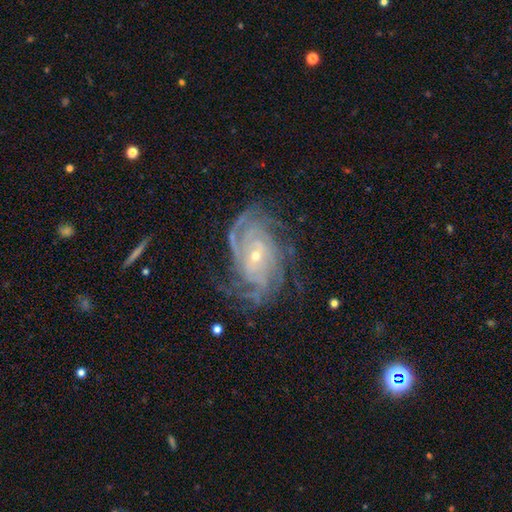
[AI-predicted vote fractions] Smooth or featured? Predicted: featured or disk (p=0.90). Edge-on disk? Predicted: no (p=0.97). Bar? Predicted: no (p=0.60). Spiral arms? Predicted: yes (p=0.98). Spiral winding? Predicted: tight (p=0.69). Spiral arm count? Predicted: 4 (p=0.25). Bulge size? Predicted: small (p=0.74). Merging? Predicted: none (p=0.72).